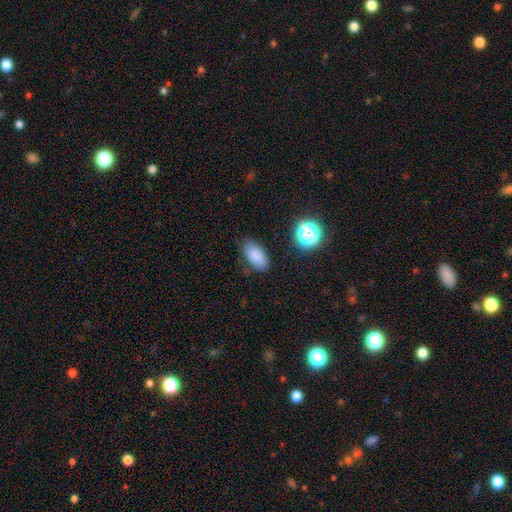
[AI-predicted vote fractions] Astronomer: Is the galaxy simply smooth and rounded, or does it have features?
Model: smooth — 84%.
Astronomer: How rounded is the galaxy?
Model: in between — 91%.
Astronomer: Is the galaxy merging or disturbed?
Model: none — 78%.